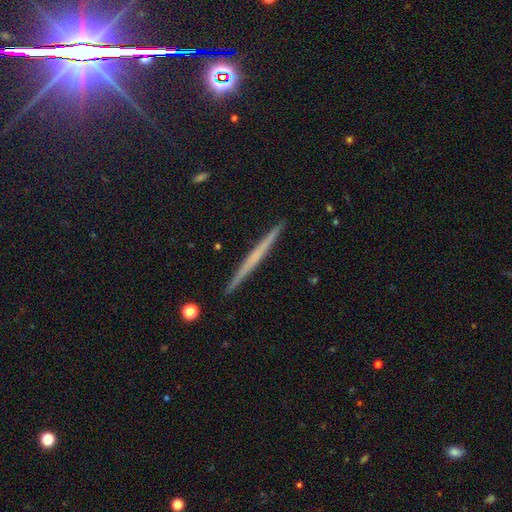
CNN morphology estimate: A featured or disk galaxy (56%) viewed edge-on (98%) with no central bulge (84%). Merging: none (93%).